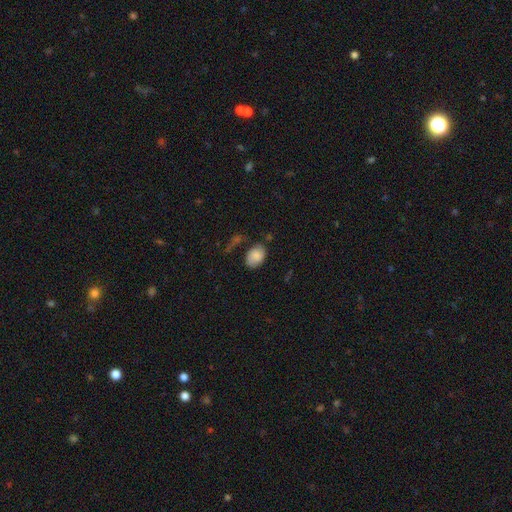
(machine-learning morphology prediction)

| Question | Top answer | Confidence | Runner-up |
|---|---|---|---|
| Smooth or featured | smooth | 81% | featured or disk (11%) |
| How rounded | in between | 79% | round (20%) |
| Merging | none | 59% | minor disturbance (25%) |